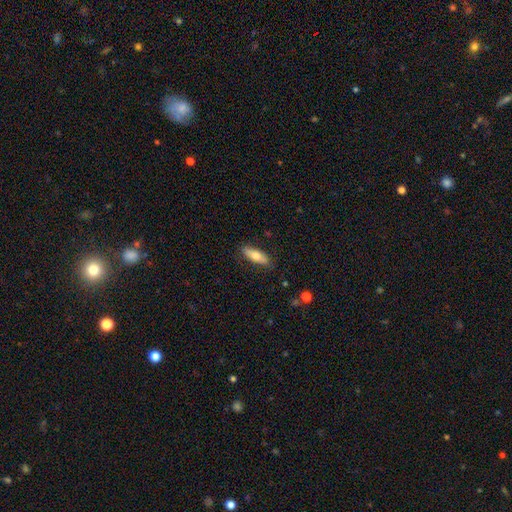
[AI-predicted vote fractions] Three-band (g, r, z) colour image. It shows a smooth galaxy with no disk features (69%) that is in between round and cigar-shaped (56%). Merging: none (86%).